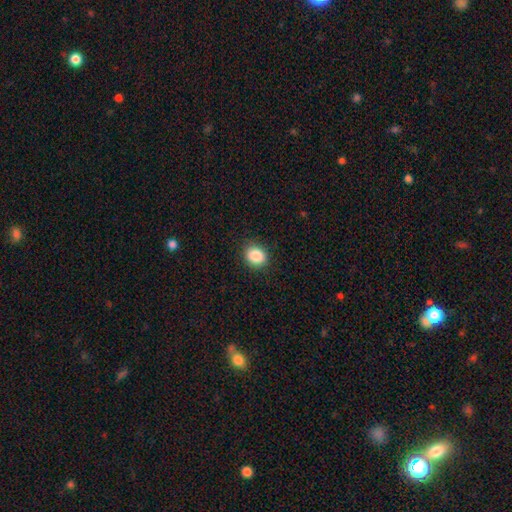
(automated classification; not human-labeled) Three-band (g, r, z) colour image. It shows a smooth galaxy with no disk features (87%) that is round (66%). Merging: none (88%).